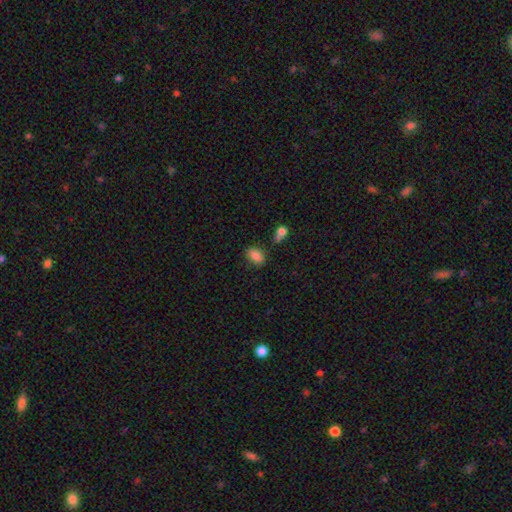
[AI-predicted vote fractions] smooth_or_featured: smooth (p=0.84) [alt: star or artifact p=0.10]
how_rounded: in between (p=0.84) [alt: round p=0.15]
merging: none (p=0.73) [alt: minor disturbance p=0.15]